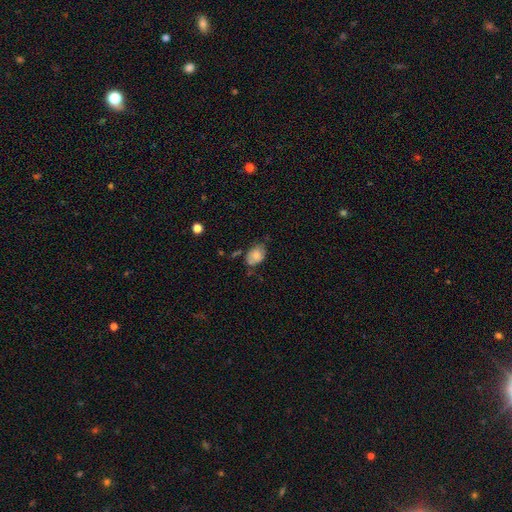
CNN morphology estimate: smooth-or-featured: smooth: 74% | featured or disk: 17% | star or artifact: 9%
  how-rounded: in between: 79% | round: 20% | cigar-shaped: 1%
  merging: none: 54% | minor disturbance: 32% | major disturbance: 8% | merger: 6%